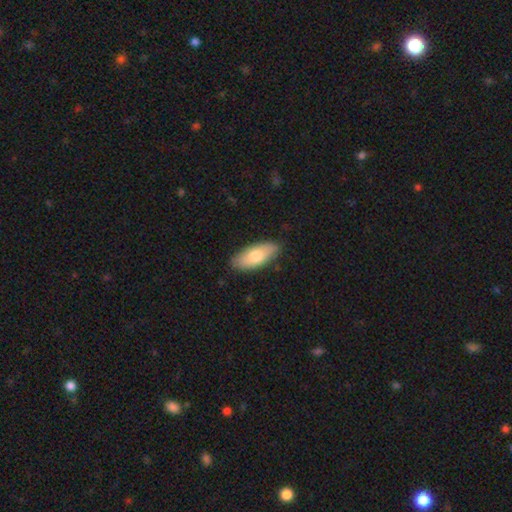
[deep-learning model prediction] Q: Smooth or featured?
A: smooth (74%); runner-up: featured or disk (21%)
Q: How rounded?
A: in between (84%); runner-up: cigar-shaped (14%)
Q: Merging?
A: none (86%); runner-up: minor disturbance (11%)